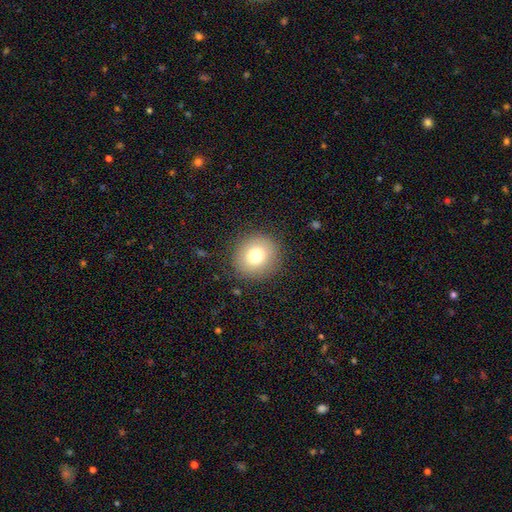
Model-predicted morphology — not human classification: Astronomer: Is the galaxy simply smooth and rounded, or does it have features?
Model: smooth — 76%.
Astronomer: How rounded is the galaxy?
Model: round — 88%.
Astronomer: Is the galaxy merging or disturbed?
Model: none — 88%.